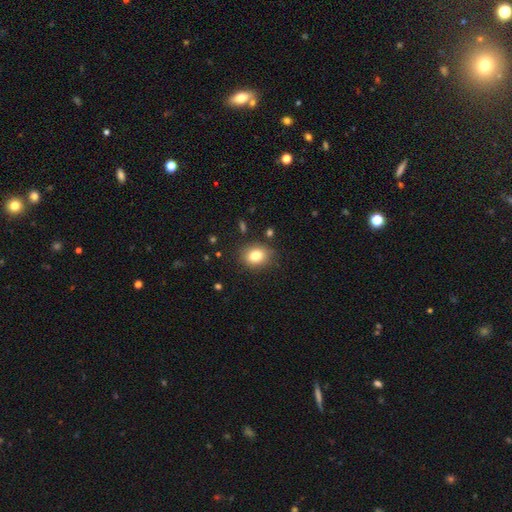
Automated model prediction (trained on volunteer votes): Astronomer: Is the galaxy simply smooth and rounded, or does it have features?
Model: smooth — 80%.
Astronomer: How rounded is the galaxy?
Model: round — 61% (runner-up: in between, 38%).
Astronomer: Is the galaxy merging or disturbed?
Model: none — 85%.